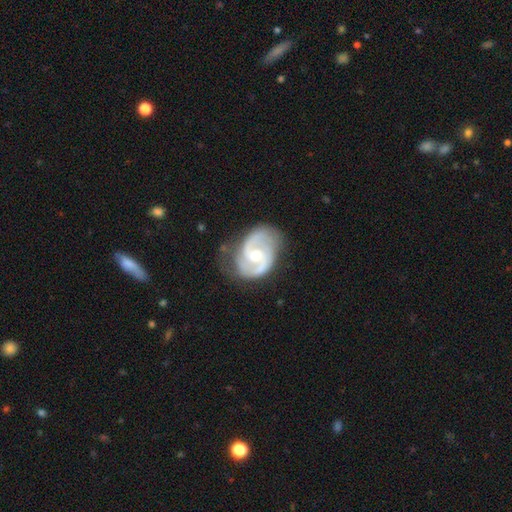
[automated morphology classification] Overall: featured or disk (89%). Edge-on disk: no (98%). Bar: no (46%; weak 44%). Spiral arms: yes (97%). Spiral arm count: 2 (91%). Spiral winding: medium (55%; tight 30%). Bulge size: moderate (68%). Merging: none (70%).